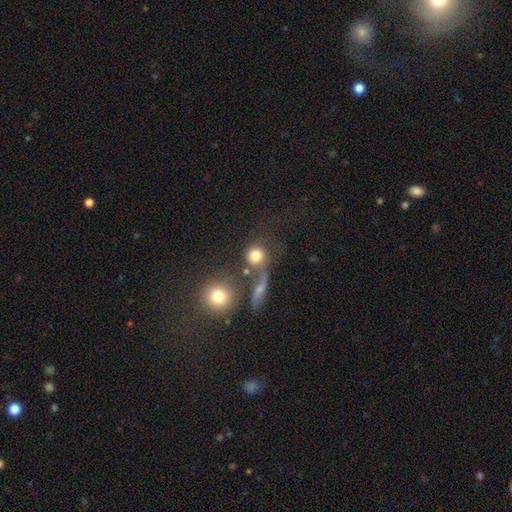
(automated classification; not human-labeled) Smooth or featured? Predicted: smooth (p=0.77). How rounded? Predicted: round (p=0.87). Merging? Predicted: none (p=0.47).